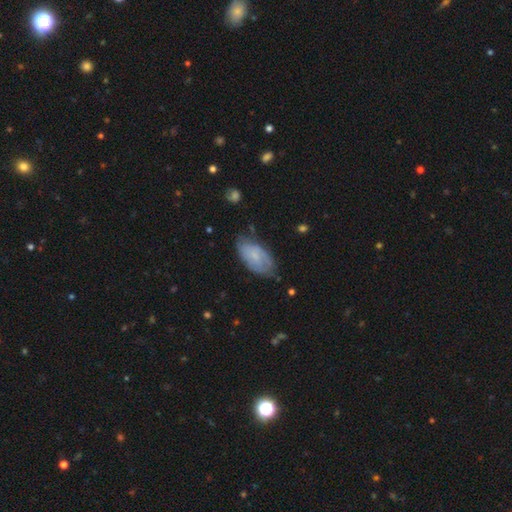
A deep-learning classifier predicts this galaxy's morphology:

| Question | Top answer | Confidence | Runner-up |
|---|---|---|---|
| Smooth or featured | smooth | 49% | featured or disk (44%) |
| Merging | none | 65% | minor disturbance (27%) |